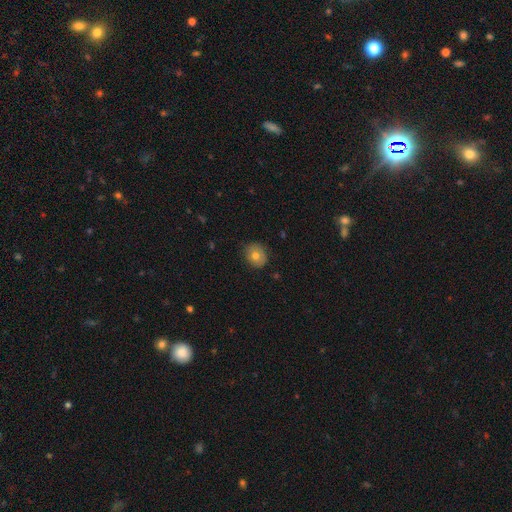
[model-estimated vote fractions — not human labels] This is likely a smooth galaxy (74%). How rounded: likely round (73%). Merging: clearly none (84%).